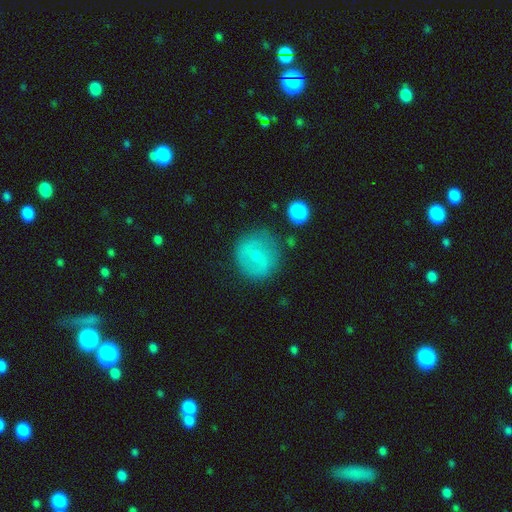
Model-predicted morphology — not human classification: Overall: smooth (46%; featured or disk 44%). Merging: none (75%).